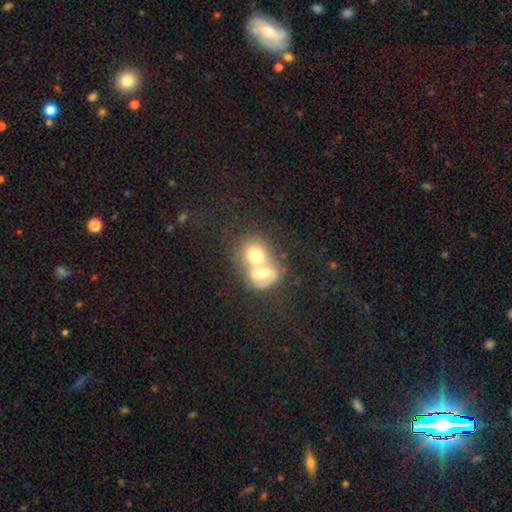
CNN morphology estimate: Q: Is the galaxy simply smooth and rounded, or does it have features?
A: smooth — 61%.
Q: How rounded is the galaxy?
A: round — 59%.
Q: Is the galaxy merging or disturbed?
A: merger — 75%.